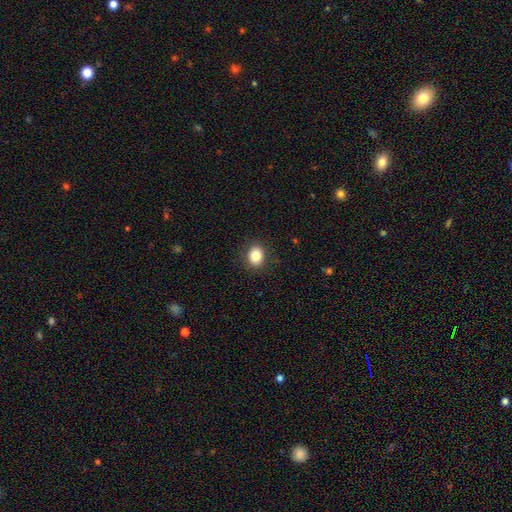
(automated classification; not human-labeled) smooth 84%, star or artifact 10%, featured or disk 6%. Down the decision tree: how rounded — round (56%); merging — none (89%).